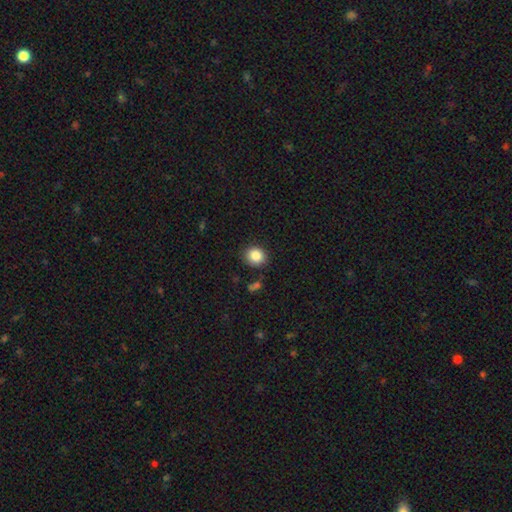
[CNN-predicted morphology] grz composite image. It shows a smooth galaxy with no disk features (86%) that is round (76%). Merging: none (86%).